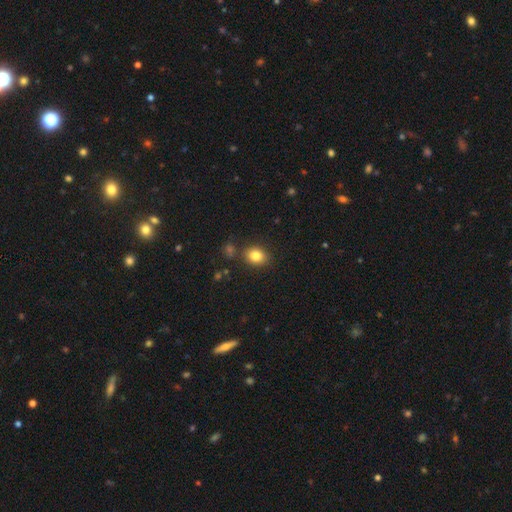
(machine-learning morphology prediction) Smooth or featured?
  - smooth: 83% *
  - star or artifact: 10%
  - featured or disk: 7%
How rounded?
  - in between: 52% *
  - round: 47%
  - cigar-shaped: 1%
Merging?
  - none: 81% *
  - minor disturbance: 10%
  - merger: 6%
  - major disturbance: 3%